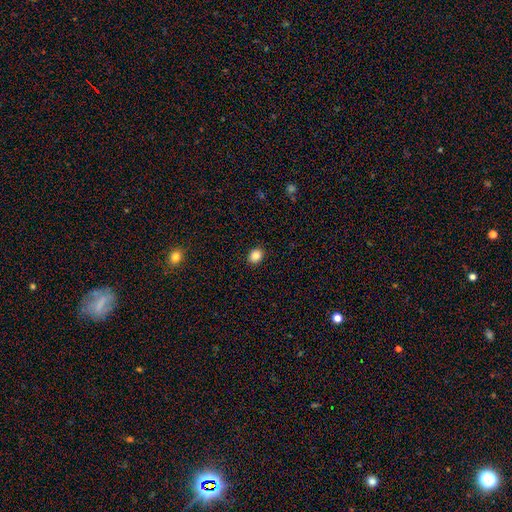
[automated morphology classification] Smooth or featured? smooth (85%)
How rounded? round (61%)
Merging? none (91%)